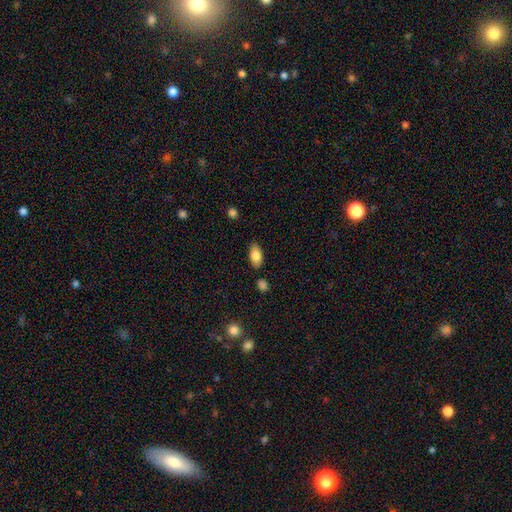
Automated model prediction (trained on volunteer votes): Smooth or featured?
  - smooth: 82% *
  - featured or disk: 11%
  - star or artifact: 7%
How rounded?
  - in between: 91% *
  - cigar-shaped: 5%
  - round: 4%
Merging?
  - none: 84% *
  - minor disturbance: 11%
  - merger: 3%
  - major disturbance: 2%